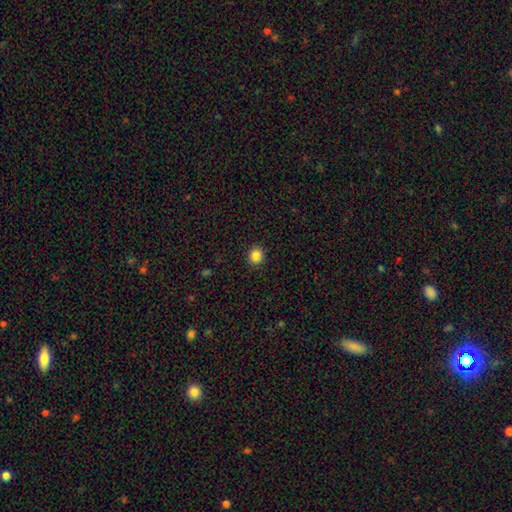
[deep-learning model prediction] A smooth galaxy with no disk features (85%) that is round (86%).

Vote fractions:
- Smooth or featured? smooth: 85% / star or artifact: 11% / featured or disk: 4%
- How rounded? round: 86% / in between: 13% / cigar-shaped: 1%
- Merging? none: 92% / minor disturbance: 5% / major disturbance: 2% / merger: 1%